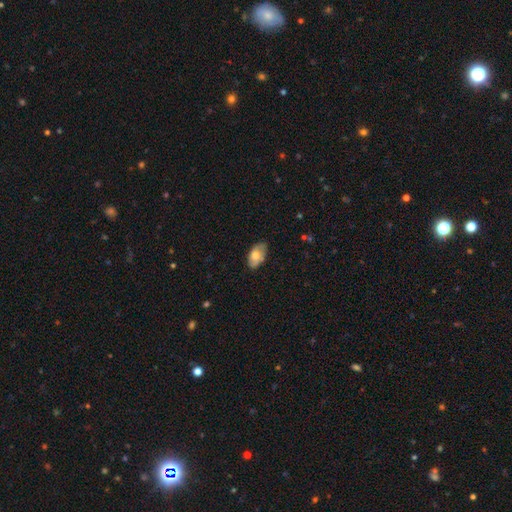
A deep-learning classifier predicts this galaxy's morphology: This is likely a smooth galaxy (68%). How rounded: clearly in between (94%). Merging: likely none (75%).